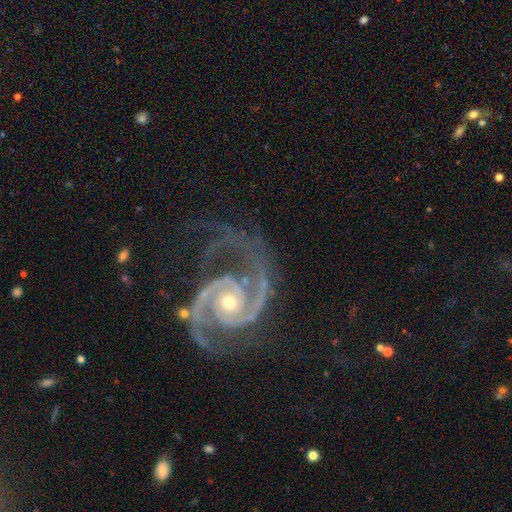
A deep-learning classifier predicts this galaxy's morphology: type=featured or disk (94%); edge-on=no (98%); bar=no (65%); spiral arms=yes (99%); winding=medium (53%); arm count=2 (89%); bulge=small (51%); merging=none (68%).